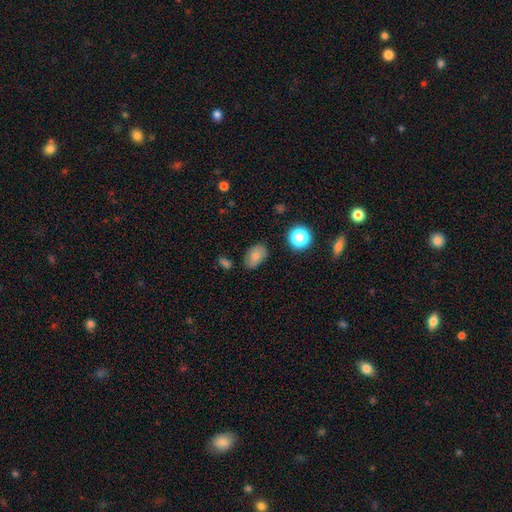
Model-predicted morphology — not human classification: A smooth galaxy with no disk features (79%) that is in between round and cigar-shaped (85%). Merging: none (71%).